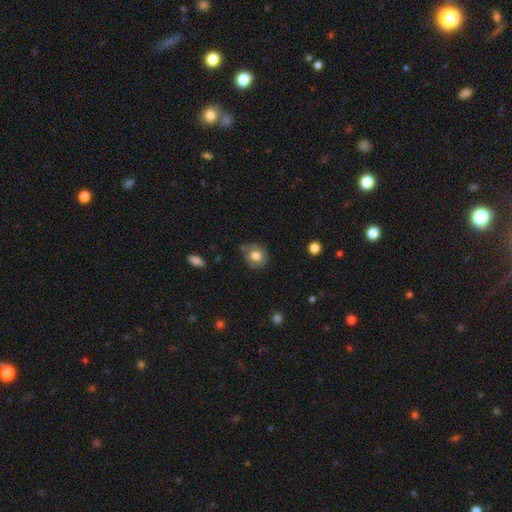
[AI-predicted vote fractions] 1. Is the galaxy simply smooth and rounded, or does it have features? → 70% smooth, 22% featured or disk, 8% star or artifact.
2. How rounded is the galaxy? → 76% round, 23% in between, 1% cigar-shaped.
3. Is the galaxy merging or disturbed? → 67% none, 24% minor disturbance, 7% major disturbance, 2% merger.